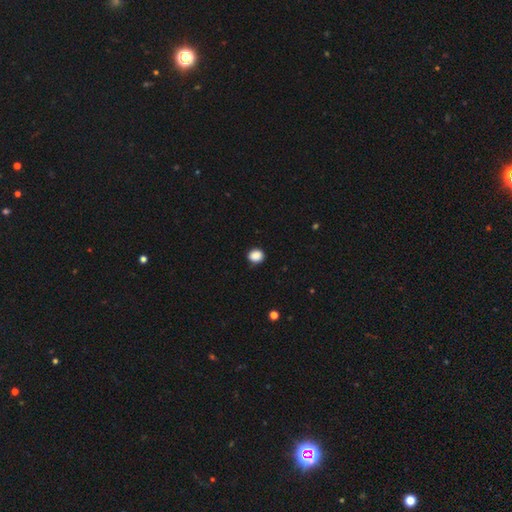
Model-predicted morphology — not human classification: Q: Smooth or featured?
A: smooth (88%); runner-up: star or artifact (9%)
Q: How rounded?
A: round (73%); runner-up: in between (26%)
Q: Merging?
A: none (88%); runner-up: minor disturbance (9%)